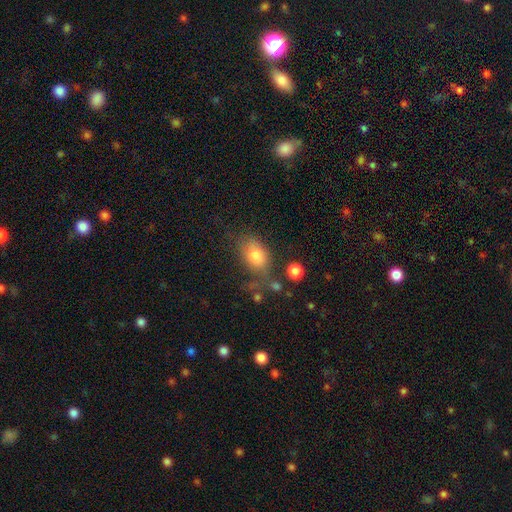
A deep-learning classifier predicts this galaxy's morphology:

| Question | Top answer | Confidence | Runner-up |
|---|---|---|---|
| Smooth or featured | smooth | 80% | featured or disk (11%) |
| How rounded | in between | 82% | round (16%) |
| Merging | none | 55% | minor disturbance (24%) |